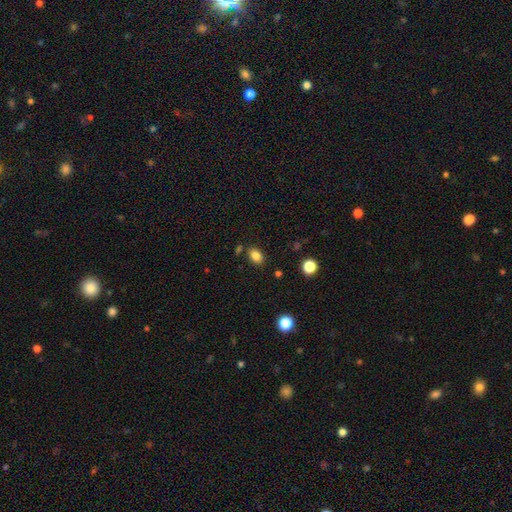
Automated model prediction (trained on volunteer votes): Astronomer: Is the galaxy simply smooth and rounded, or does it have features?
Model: smooth — 84%.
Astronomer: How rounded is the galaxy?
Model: in between — 77%.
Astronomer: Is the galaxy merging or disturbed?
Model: none — 79%.